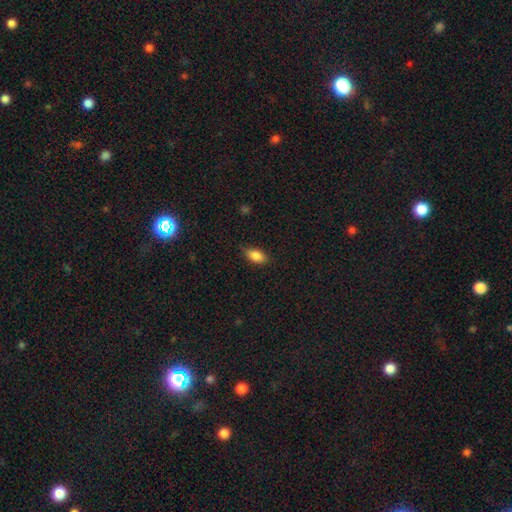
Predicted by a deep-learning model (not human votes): This is clearly a smooth galaxy (86%). How rounded: clearly in between (90%). Merging: likely none (80%).